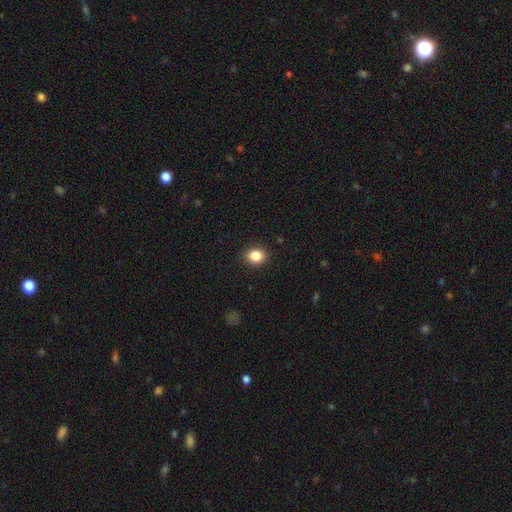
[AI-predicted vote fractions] smooth-or-featured: smooth: 85% | star or artifact: 10% | featured or disk: 5%
  how-rounded: round: 67% | in between: 32% | cigar-shaped: 1%
  merging: none: 90% | minor disturbance: 7% | major disturbance: 2% | merger: 1%